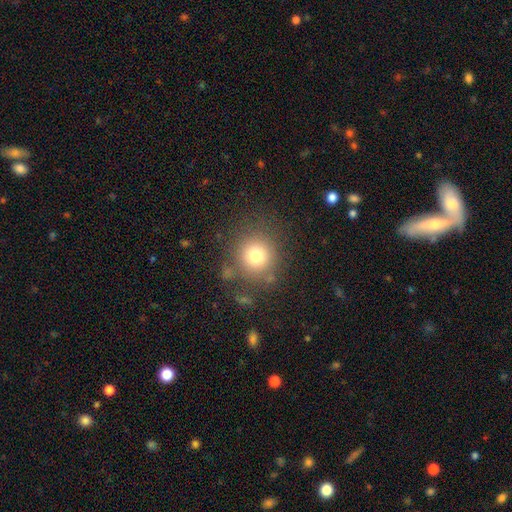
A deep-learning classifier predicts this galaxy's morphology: A smooth galaxy with no disk features (76%) that is round (92%). Merging: none (78%).